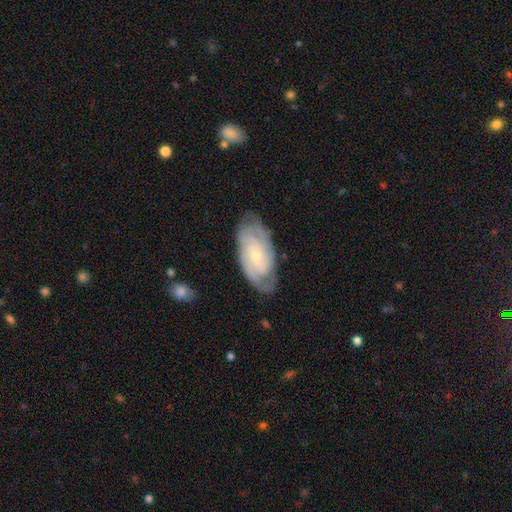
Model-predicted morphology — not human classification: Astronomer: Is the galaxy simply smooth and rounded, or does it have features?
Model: featured or disk — 77%.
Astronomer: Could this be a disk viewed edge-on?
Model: no — 94%.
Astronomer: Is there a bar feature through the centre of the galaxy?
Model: no — 69%.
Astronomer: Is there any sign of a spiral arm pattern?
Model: yes — 91%.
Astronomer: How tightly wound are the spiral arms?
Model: tight — 64%.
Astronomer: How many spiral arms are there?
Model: can't tell — 37%, tied with 2 at 37%.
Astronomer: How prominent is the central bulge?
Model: small — 72%.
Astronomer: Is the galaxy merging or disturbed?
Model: none — 74%.